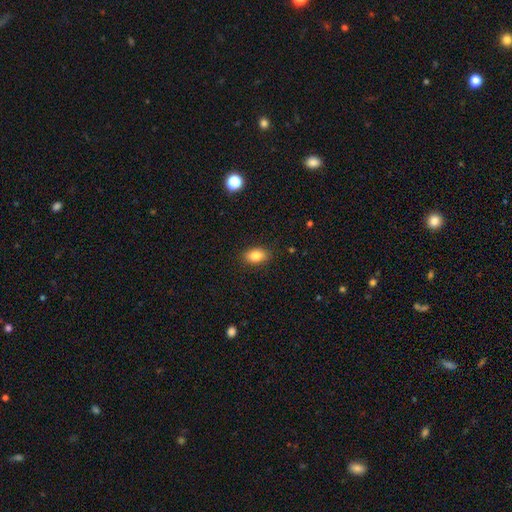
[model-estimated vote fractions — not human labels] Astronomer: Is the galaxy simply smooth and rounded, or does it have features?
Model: smooth — 83%.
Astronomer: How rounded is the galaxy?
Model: in between — 85%.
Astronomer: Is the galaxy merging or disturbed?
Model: none — 88%.